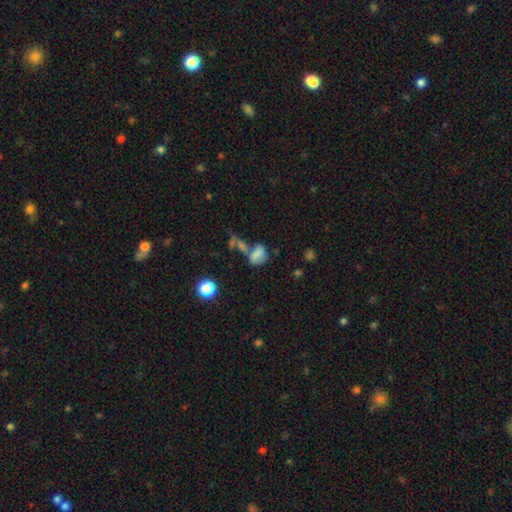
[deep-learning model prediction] smooth 68%, featured or disk 17%, star or artifact 15%. Down the decision tree: how rounded — in between (76%); merging — merger (44%).